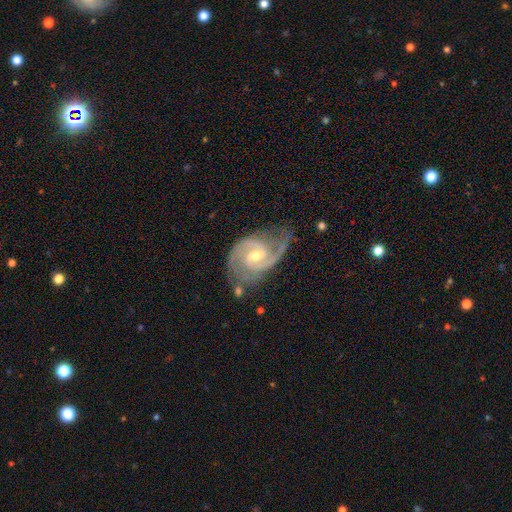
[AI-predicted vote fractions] smooth-or-featured: featured or disk: 92% | star or artifact: 4% | smooth: 4%
  disk-edge-on: no: 97% | yes: 3%
    bar: weak: 53% | no: 31% | strong: 16%
    has-spiral-arms: yes: 98% | no: 2%
      spiral-winding: medium: 50% | tight: 39% | loose: 11%
      spiral-arm-count: 2: 77% | 3: 12% | can't tell: 5% | 1: 2% | 4: 2% | more than 4: 2%
    bulge-size: moderate: 57% | small: 40% | large: 2% | none: 1% | dominant: 1%
  merging: none: 62% | minor disturbance: 24% | major disturbance: 10% | merger: 4%